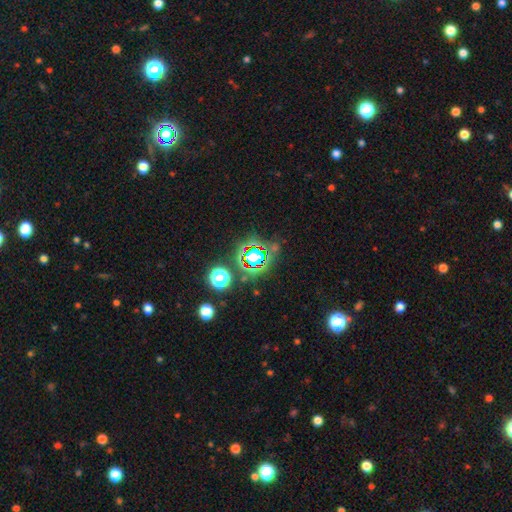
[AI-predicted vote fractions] A star or artifact, not a galaxy (61%).

Vote fractions:
- Smooth or featured? star or artifact: 61% / smooth: 26% / featured or disk: 14%